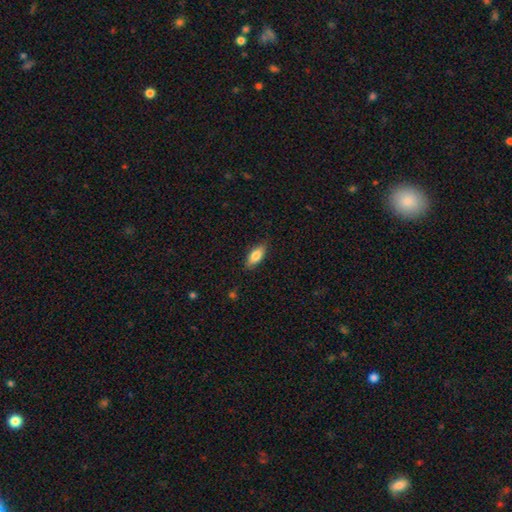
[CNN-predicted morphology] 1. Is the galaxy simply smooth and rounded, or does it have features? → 82% smooth, 12% featured or disk, 6% star or artifact.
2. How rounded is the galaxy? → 81% in between, 16% cigar-shaped, 2% round.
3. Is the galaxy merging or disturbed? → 85% none, 12% minor disturbance, 2% major disturbance, 1% merger.